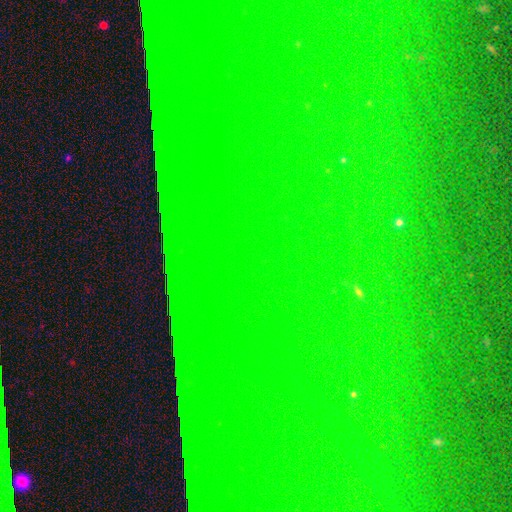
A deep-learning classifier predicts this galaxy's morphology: Smooth or featured?
  - star or artifact: 85% *
  - smooth: 8%
  - featured or disk: 7%